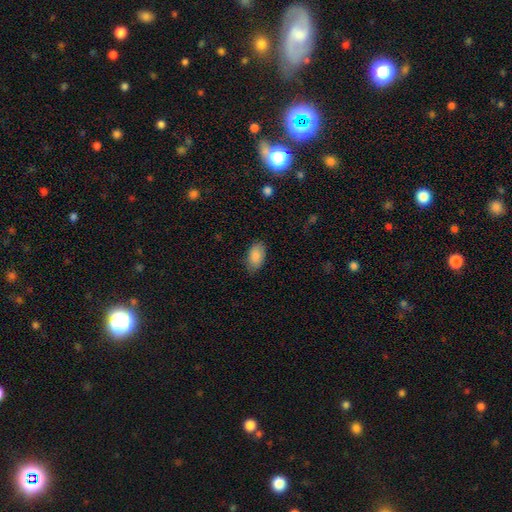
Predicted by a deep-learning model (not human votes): This is clearly a smooth galaxy (88%). How rounded: clearly in between (93%). Merging: likely none (79%).